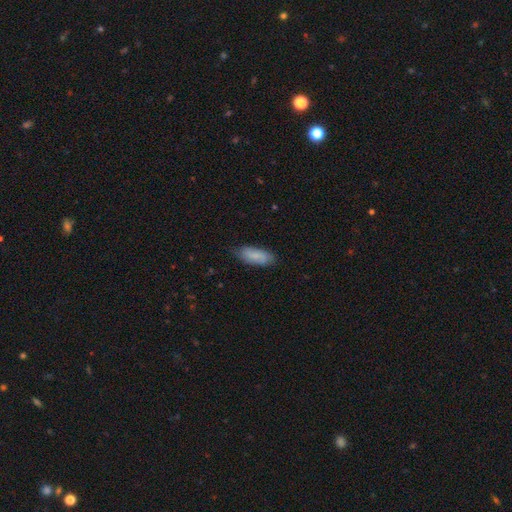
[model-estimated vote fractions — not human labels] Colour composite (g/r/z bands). It shows a smooth galaxy with no disk features (80%) that is in between round and cigar-shaped (76%). Merging: none (77%).